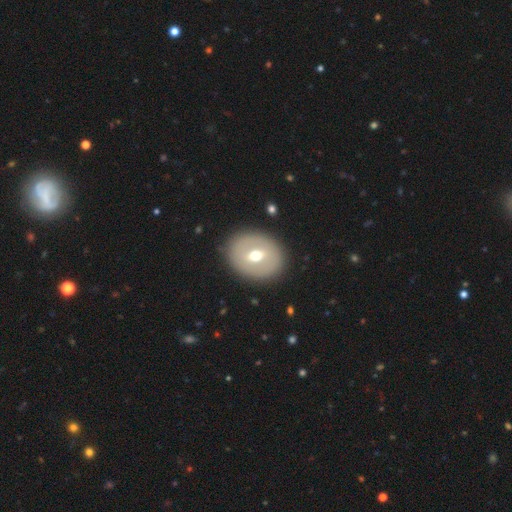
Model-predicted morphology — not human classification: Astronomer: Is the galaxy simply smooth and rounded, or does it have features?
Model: smooth — 47% (runner-up: featured or disk, 46%).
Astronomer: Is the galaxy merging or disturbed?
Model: none — 86%.